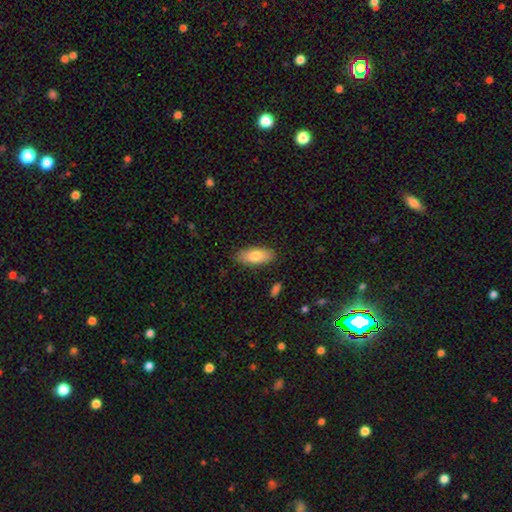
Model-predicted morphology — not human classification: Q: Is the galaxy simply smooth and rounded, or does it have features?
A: smooth — 77%.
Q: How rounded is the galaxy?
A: in between — 81%.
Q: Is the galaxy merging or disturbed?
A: none — 86%.